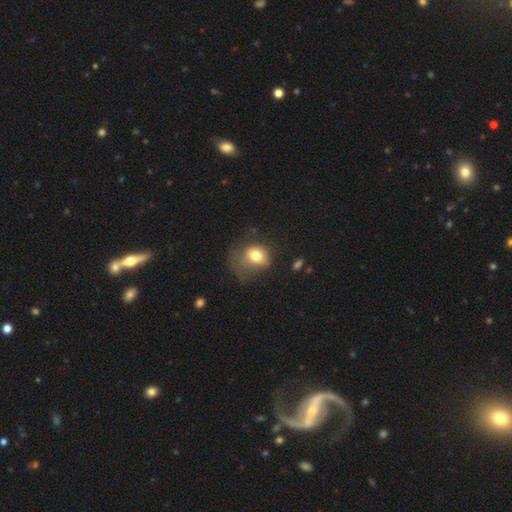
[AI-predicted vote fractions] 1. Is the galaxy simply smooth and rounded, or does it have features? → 74% smooth, 15% featured or disk, 11% star or artifact.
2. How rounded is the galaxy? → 52% round, 47% in between, 1% cigar-shaped.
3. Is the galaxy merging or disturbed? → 41% major disturbance, 28% none, 28% minor disturbance, 3% merger.